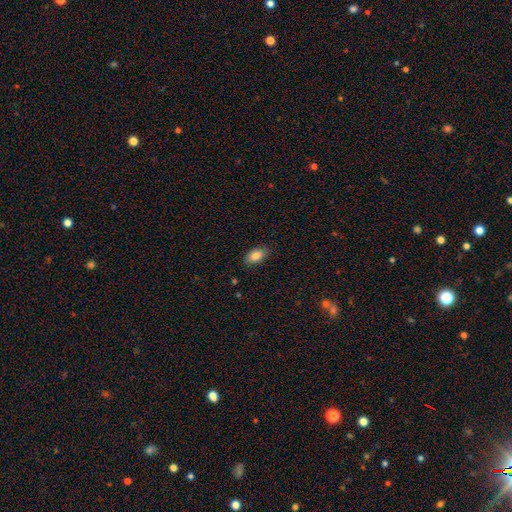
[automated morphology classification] smooth-or-featured: smooth: 85% | featured or disk: 8% | star or artifact: 7%
  how-rounded: in between: 92% | round: 6% | cigar-shaped: 2%
  merging: none: 86% | minor disturbance: 10% | major disturbance: 2% | merger: 1%